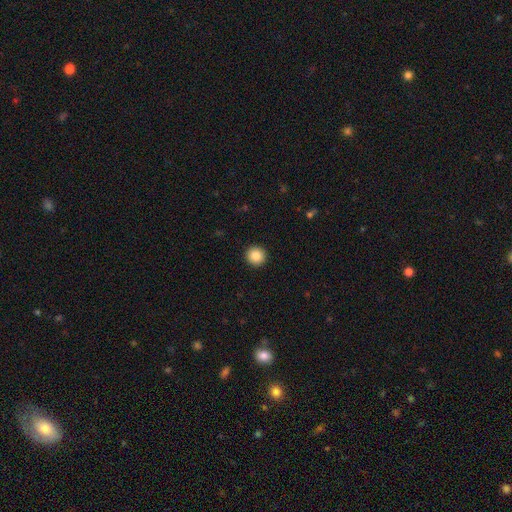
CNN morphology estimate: smooth_or_featured: smooth (p=0.86) [alt: star or artifact p=0.10]
how_rounded: round (p=0.95) [alt: in between p=0.04]
merging: none (p=0.94) [alt: minor disturbance p=0.04]